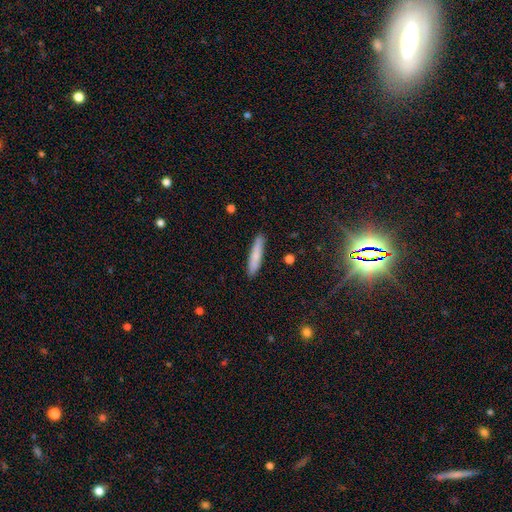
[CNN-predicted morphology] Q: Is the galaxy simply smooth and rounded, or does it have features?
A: smooth — 78%.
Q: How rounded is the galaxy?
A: cigar-shaped — 90%.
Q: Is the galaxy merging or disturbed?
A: none — 89%.